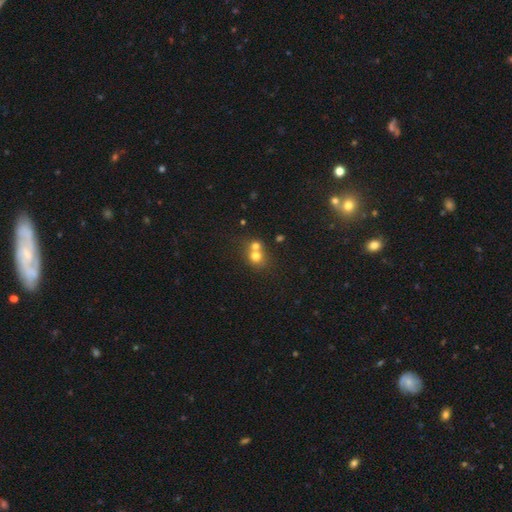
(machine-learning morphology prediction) Overall: smooth (71%). How rounded: round (76%). Merging: merger (56%; none 35%).